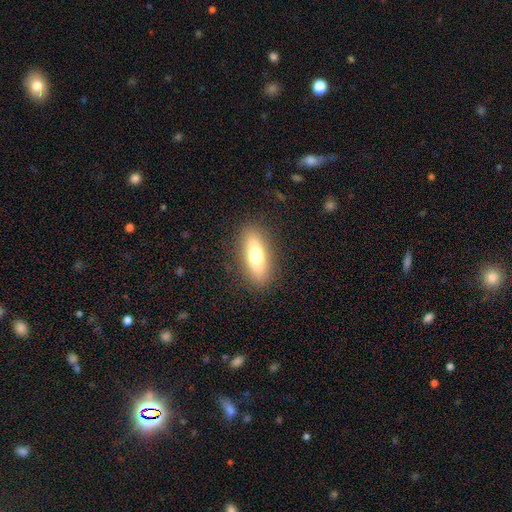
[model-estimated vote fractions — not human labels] A smooth galaxy with no disk features (67%) that is in between round and cigar-shaped (50%).

Vote fractions:
- Smooth or featured? smooth: 67% / featured or disk: 26% / star or artifact: 7%
- How rounded? in between: 50% / cigar-shaped: 47% / round: 3%
- Merging? none: 88% / minor disturbance: 8% / major disturbance: 3% / merger: 1%